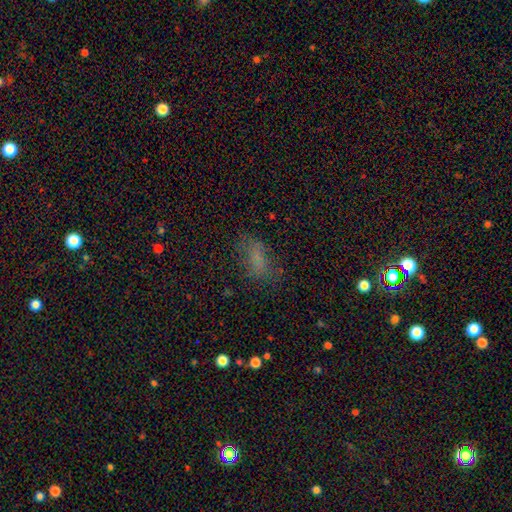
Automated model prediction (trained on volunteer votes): smooth-or-featured: smooth: 62% | star or artifact: 23% | featured or disk: 15%
  how-rounded: in between: 79% | cigar-shaped: 14% | round: 7%
  merging: none: 63% | minor disturbance: 20% | major disturbance: 15% | merger: 2%